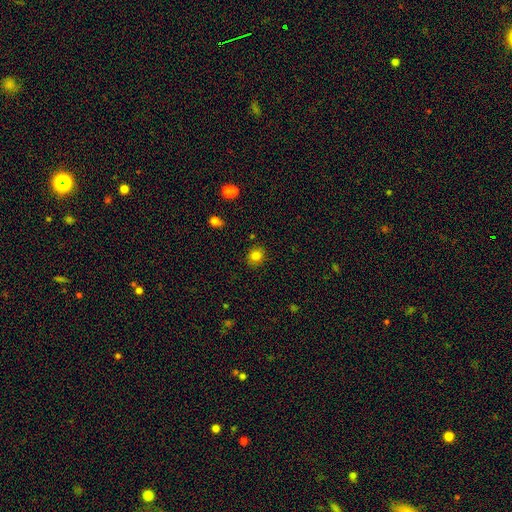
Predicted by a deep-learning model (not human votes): This appears to be a smooth galaxy with no disk features (82%) that is round (83%). Merging: none (87%).